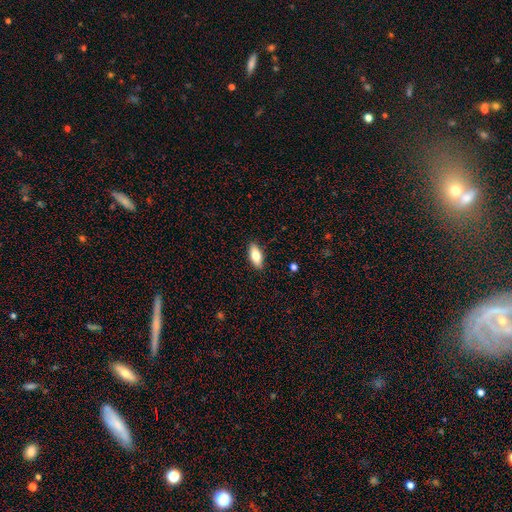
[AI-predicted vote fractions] Smooth or featured? Predicted: smooth (p=0.77). How rounded? Predicted: in between (p=0.83). Merging? Predicted: none (p=0.88).